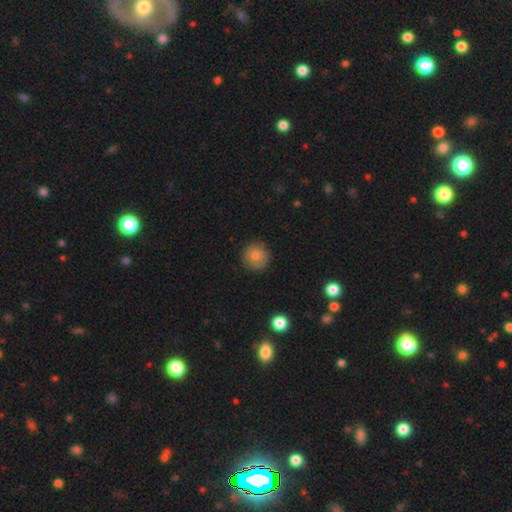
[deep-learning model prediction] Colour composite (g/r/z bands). It shows a smooth galaxy with no disk features (81%) that is round (94%). Merging: none (86%).